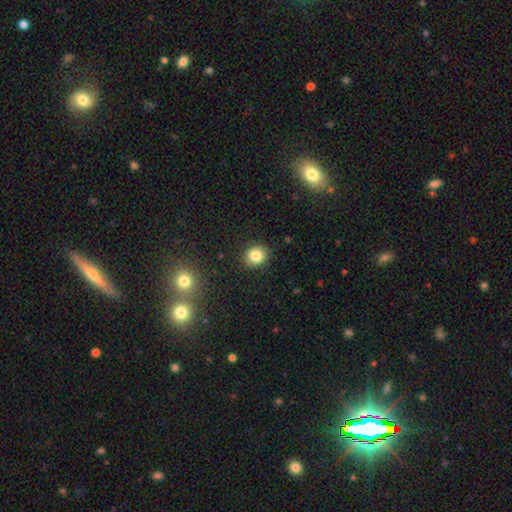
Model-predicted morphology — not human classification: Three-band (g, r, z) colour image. It shows a smooth galaxy with no disk features (83%) that is round (78%). Merging: none (88%).